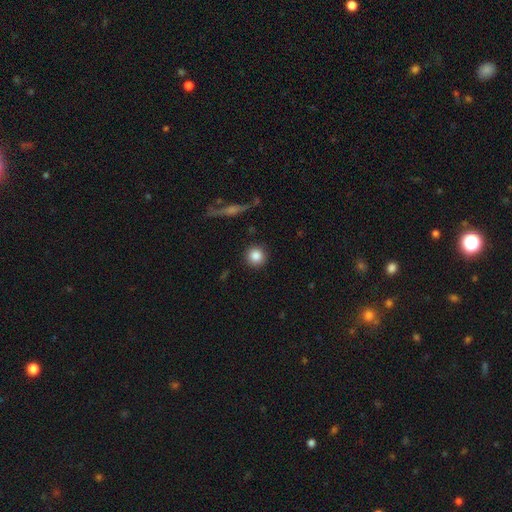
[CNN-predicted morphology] Overall: smooth (85%). How rounded: round (94%). Merging: none (90%).